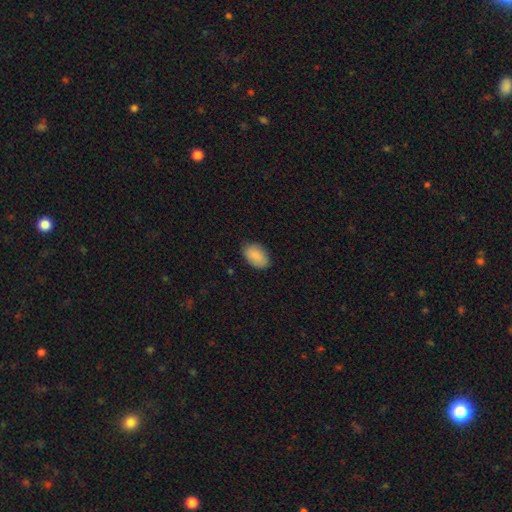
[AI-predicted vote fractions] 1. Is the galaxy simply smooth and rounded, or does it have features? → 86% smooth, 7% featured or disk, 6% star or artifact.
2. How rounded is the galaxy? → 91% in between, 7% round, 1% cigar-shaped.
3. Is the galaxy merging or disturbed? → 83% none, 14% minor disturbance, 3% major disturbance, 1% merger.